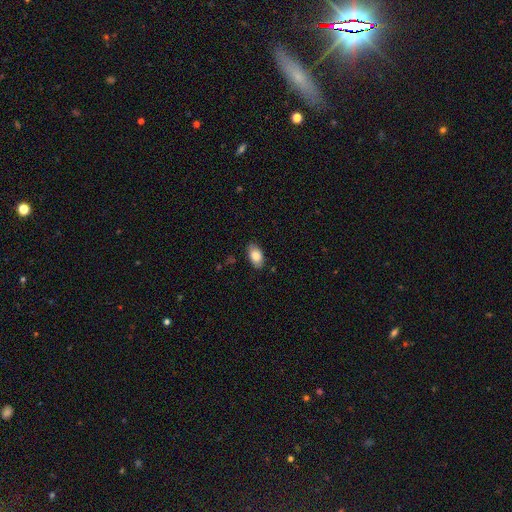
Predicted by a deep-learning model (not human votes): smooth 84%, featured or disk 9%, star or artifact 7%. Down the decision tree: how rounded — in between (93%); merging — none (85%).